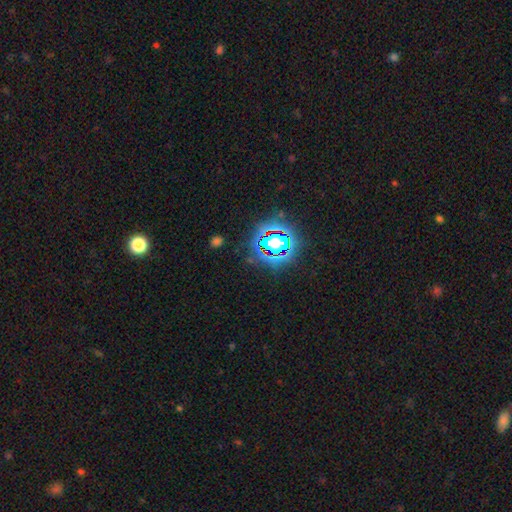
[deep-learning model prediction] A star or artifact, not a galaxy (78%).

Vote fractions:
- Smooth or featured? star or artifact: 78% / smooth: 14% / featured or disk: 8%